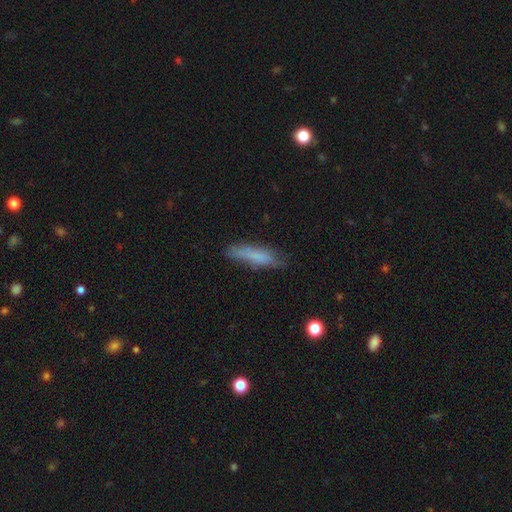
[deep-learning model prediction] smooth 66%, featured or disk 25%, star or artifact 9%. Down the decision tree: how rounded — cigar-shaped (79%); merging — none (65%).